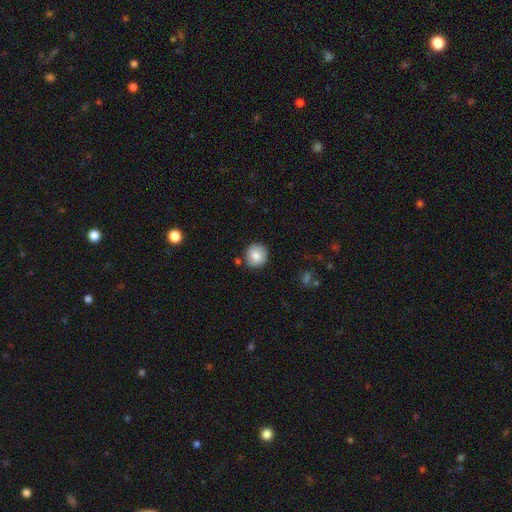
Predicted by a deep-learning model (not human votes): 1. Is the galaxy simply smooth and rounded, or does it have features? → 83% smooth, 10% featured or disk, 8% star or artifact.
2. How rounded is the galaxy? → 89% round, 10% in between, 1% cigar-shaped.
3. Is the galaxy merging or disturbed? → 84% none, 11% minor disturbance, 3% merger, 2% major disturbance.